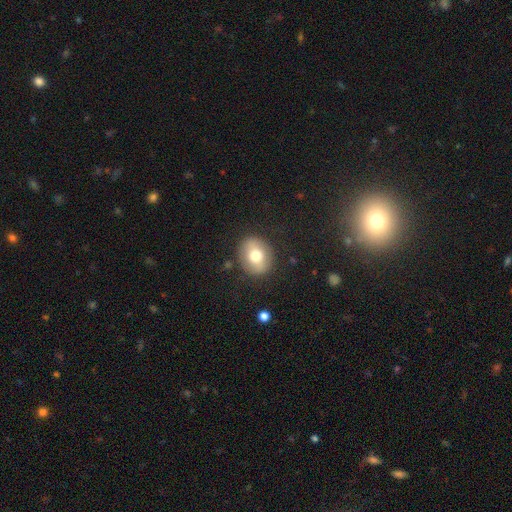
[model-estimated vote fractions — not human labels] Smooth or featured: smooth — 68% (featured or disk — 24%)
How rounded: round — 63% (in between — 36%)
Merging: none — 85% (minor disturbance — 10%)